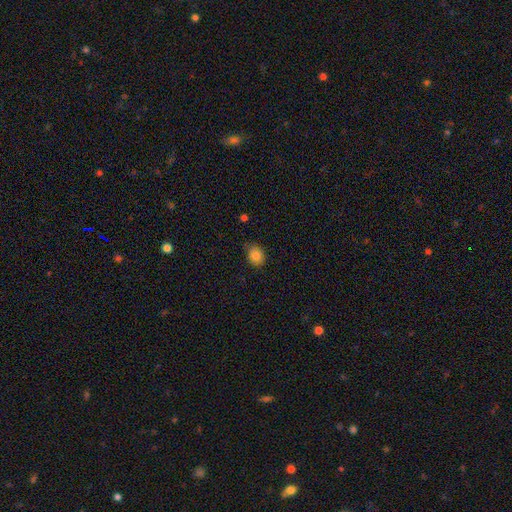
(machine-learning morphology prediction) This appears to be a smooth galaxy with no disk features (83%) that is round (57%). Merging: none (79%).